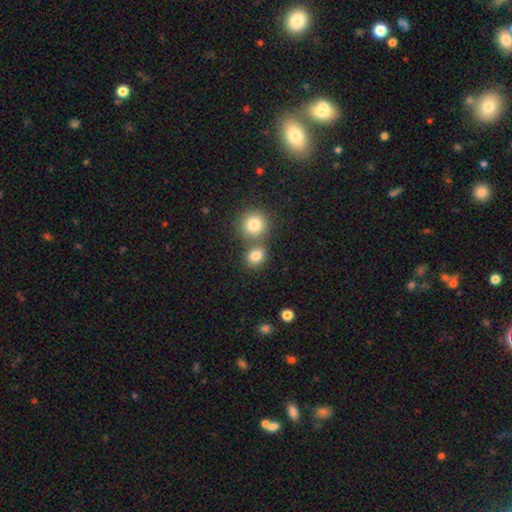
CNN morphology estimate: type=smooth (82%); roundness=round (72%); merging=none (58%).